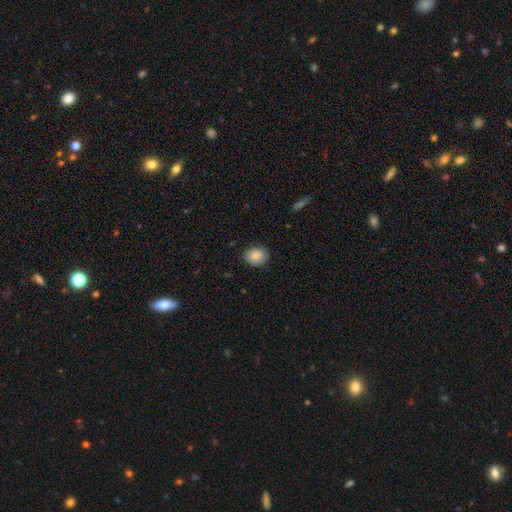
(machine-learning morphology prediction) smooth_or_featured: smooth (p=0.86) [alt: star or artifact p=0.07]
how_rounded: round (p=0.53) [alt: in between p=0.46]
merging: none (p=0.83) [alt: minor disturbance p=0.14]